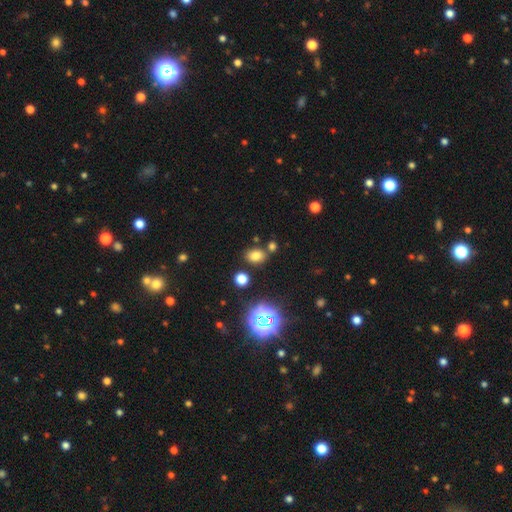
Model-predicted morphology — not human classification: The model was most divided on "how rounded": in between: 69%, round: 30%, cigar-shaped: 1%. More confident: merging — none (77%); smooth or featured — smooth (73%).